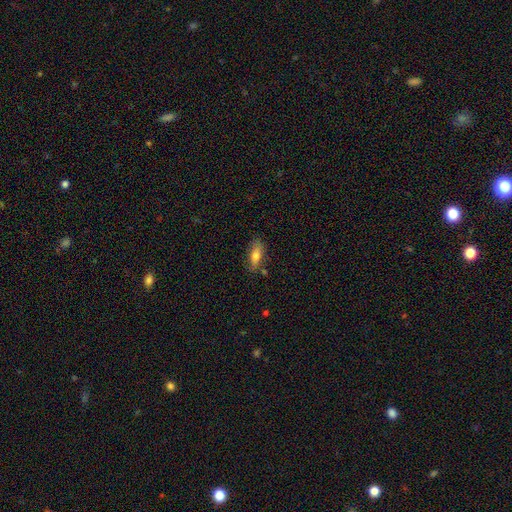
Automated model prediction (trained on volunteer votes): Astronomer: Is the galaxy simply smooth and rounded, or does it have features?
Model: smooth — 73%.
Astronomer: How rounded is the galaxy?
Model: in between — 70%.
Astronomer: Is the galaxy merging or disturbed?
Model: none — 75%.